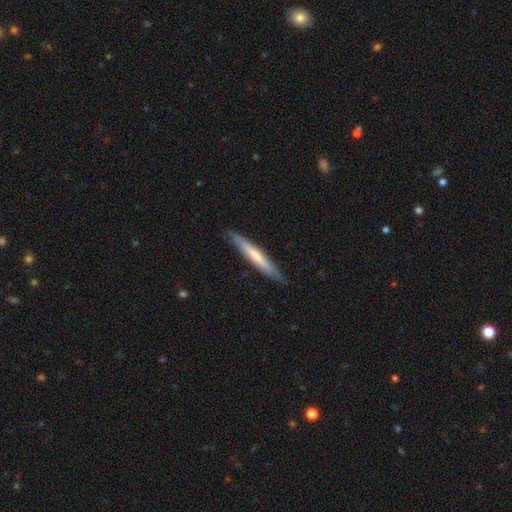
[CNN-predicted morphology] smooth 54%, featured or disk 41%, star or artifact 5%. Down the decision tree: how rounded — cigar-shaped (95%); merging — none (87%).